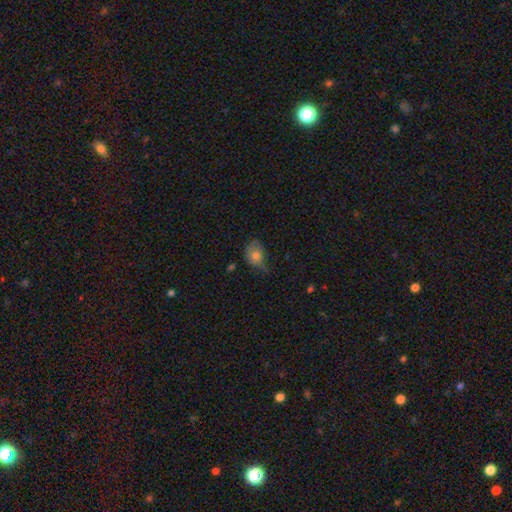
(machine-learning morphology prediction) Smooth or featured? Predicted: smooth (p=0.75). How rounded? Predicted: in between (p=0.61). Merging? Predicted: minor disturbance (p=0.43).